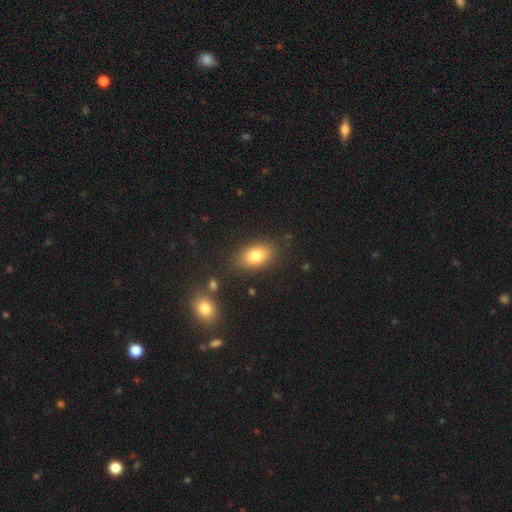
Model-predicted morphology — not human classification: Smooth or featured?
  - smooth: 80% *
  - featured or disk: 11%
  - star or artifact: 9%
How rounded?
  - in between: 87% *
  - round: 11%
  - cigar-shaped: 2%
Merging?
  - none: 84% *
  - minor disturbance: 10%
  - major disturbance: 3%
  - merger: 2%